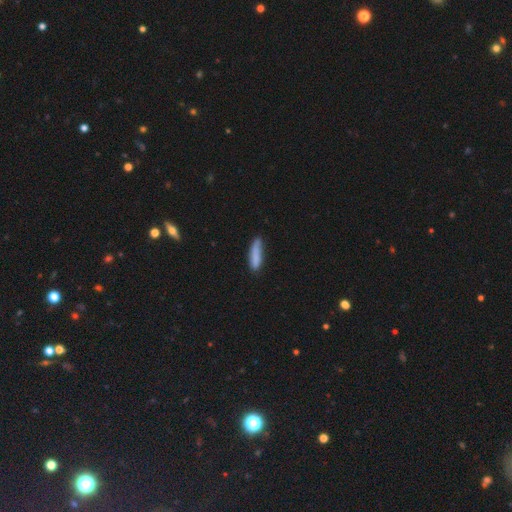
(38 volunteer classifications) Volunteers were most divided on "merging": none: 56%, minor disturbance: 42%, merger: 3%, major disturbance: 0%. More confident: smooth or featured — smooth (84%); how rounded — cigar-shaped (75%).